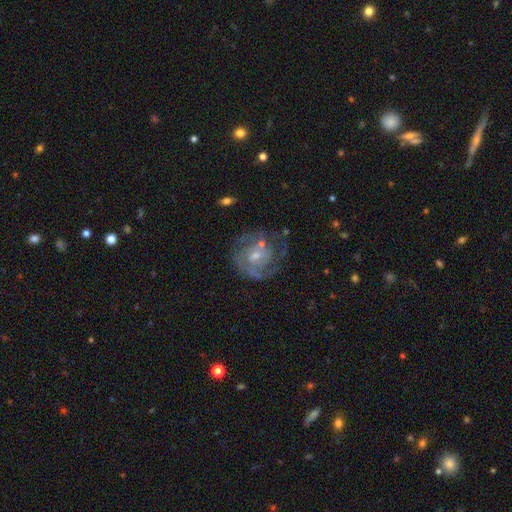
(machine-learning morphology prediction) featured or disk 80%, smooth 11%, star or artifact 8%. Down the decision tree: edge-on disk — no (98%); bar — no (61%); spiral arms — yes (89%); spiral arm count — 2 (35%); spiral winding — tight (55%); bulge size — small (62%); merging — none (61%).